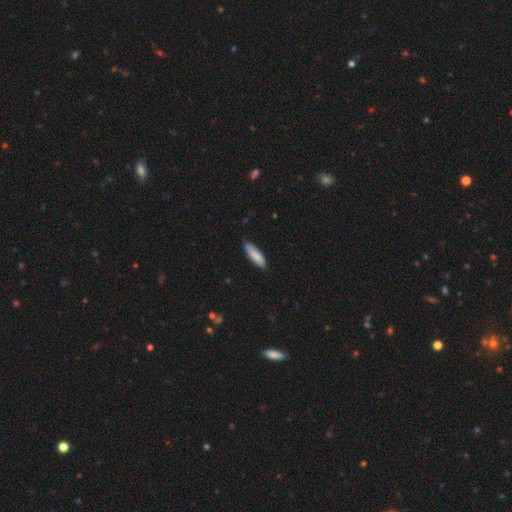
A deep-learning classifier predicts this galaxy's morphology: This appears to be a smooth galaxy with no disk features (86%) that is cigar-shaped (58%). Merging: none (85%).